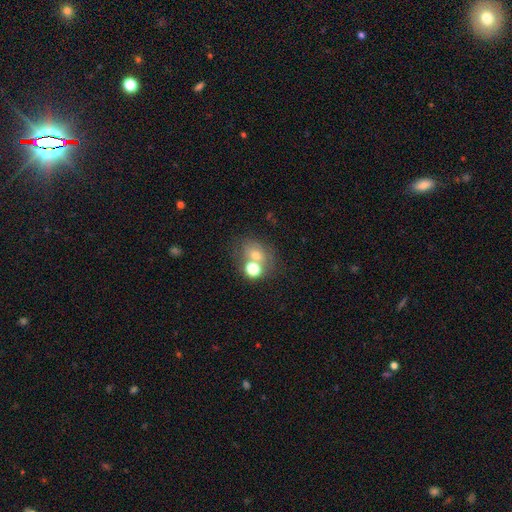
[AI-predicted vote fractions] smooth-or-featured: smooth: 62% | star or artifact: 19% | featured or disk: 18%
  how-rounded: round: 55% | in between: 44% | cigar-shaped: 1%
  merging: none: 48% | merger: 33% | minor disturbance: 12% | major disturbance: 7%